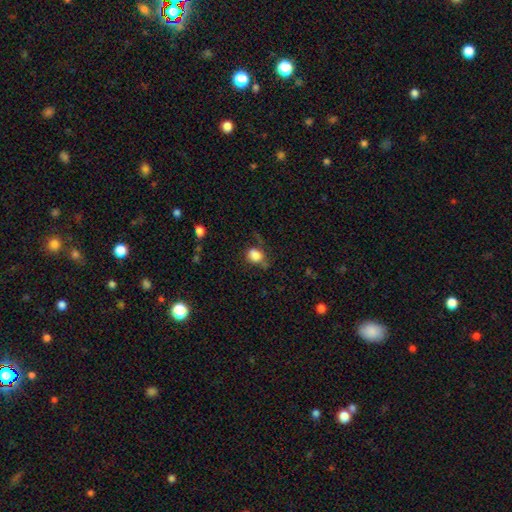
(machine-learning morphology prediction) type=smooth (82%); roundness=round (53%); merging=none (55%).